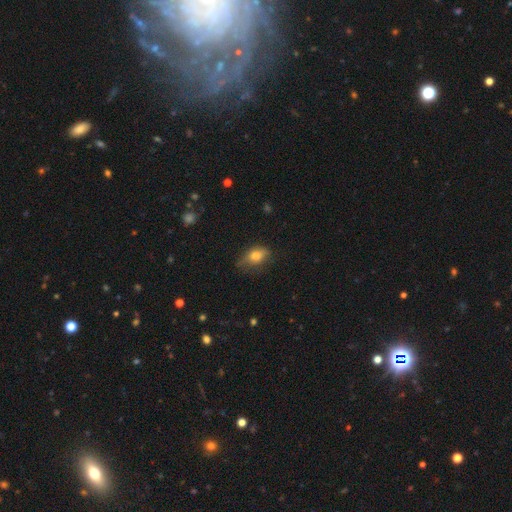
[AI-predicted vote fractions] smooth 72%, featured or disk 19%, star or artifact 9%. Down the decision tree: how rounded — in between (80%); merging — none (58%).